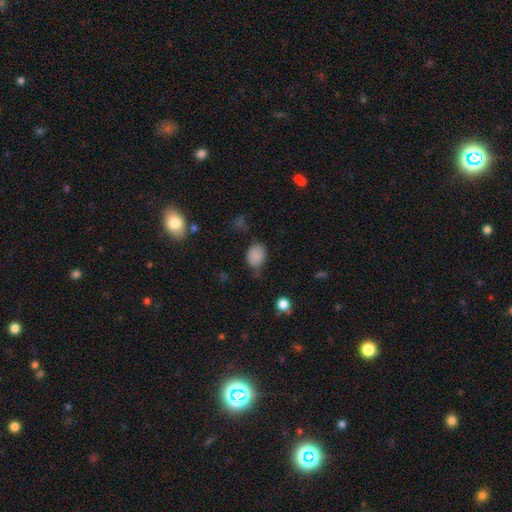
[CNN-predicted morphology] A smooth galaxy with no disk features (83%) that is in between round and cigar-shaped (67%). Merging: none (56%).